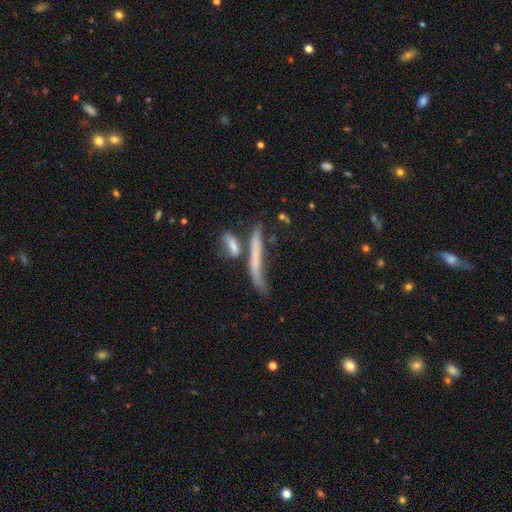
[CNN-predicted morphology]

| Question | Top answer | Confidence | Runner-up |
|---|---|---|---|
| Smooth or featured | smooth | 49% | featured or disk (40%) |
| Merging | none | 36% | merger (31%) |